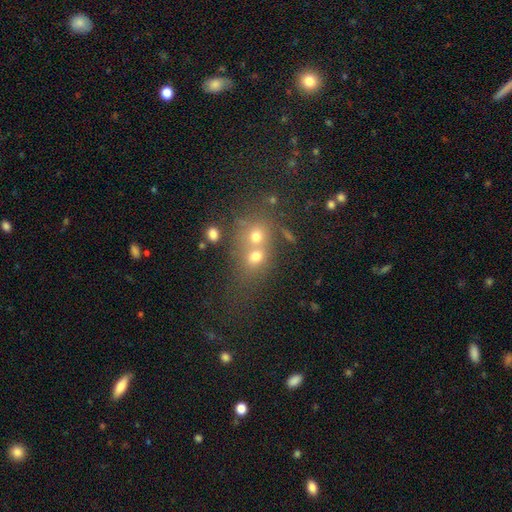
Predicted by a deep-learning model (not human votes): smooth 62%, star or artifact 20%, featured or disk 18%. Down the decision tree: how rounded — round (65%); merging — merger (56%).